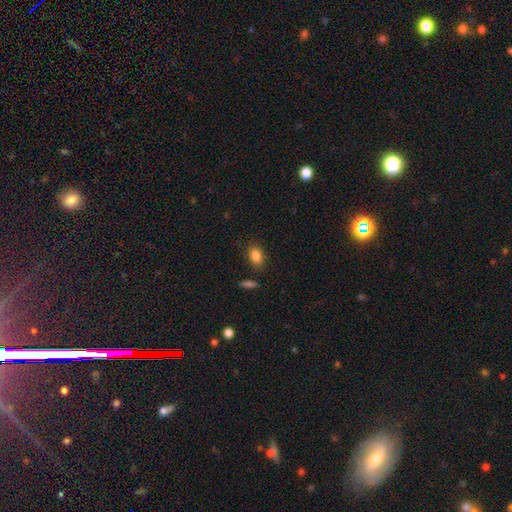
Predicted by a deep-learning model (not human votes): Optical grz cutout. It shows a smooth galaxy with no disk features (85%) that is in between round and cigar-shaped (83%). Merging: none (82%).